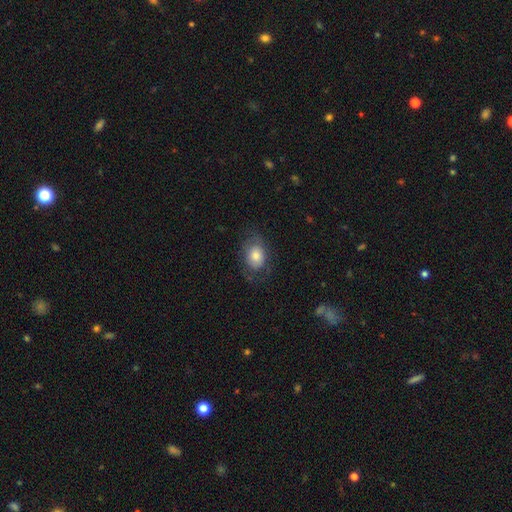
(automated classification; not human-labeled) smooth 71%, featured or disk 21%, star or artifact 8%. Down the decision tree: how rounded — in between (68%); merging — none (64%).